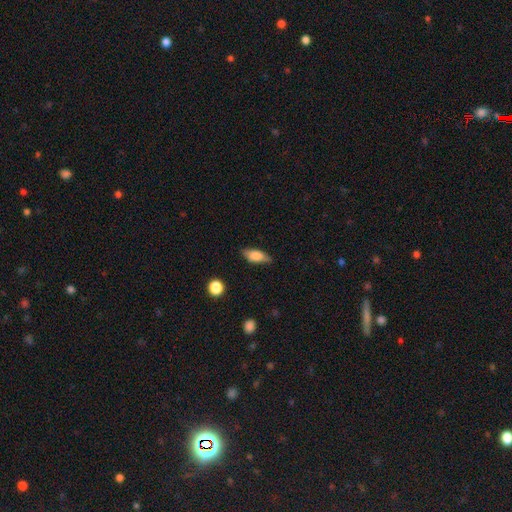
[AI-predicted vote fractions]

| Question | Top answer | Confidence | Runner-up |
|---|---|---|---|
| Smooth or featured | smooth | 74% | featured or disk (19%) |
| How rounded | in between | 75% | cigar-shaped (21%) |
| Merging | none | 79% | minor disturbance (16%) |